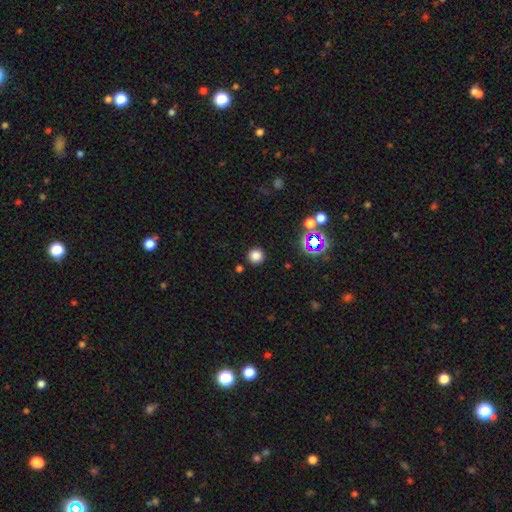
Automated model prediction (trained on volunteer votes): smooth-or-featured: smooth: 79% | star or artifact: 17% | featured or disk: 5%
  how-rounded: round: 95% | in between: 4% | cigar-shaped: 1%
  merging: none: 89% | minor disturbance: 6% | merger: 3% | major disturbance: 3%